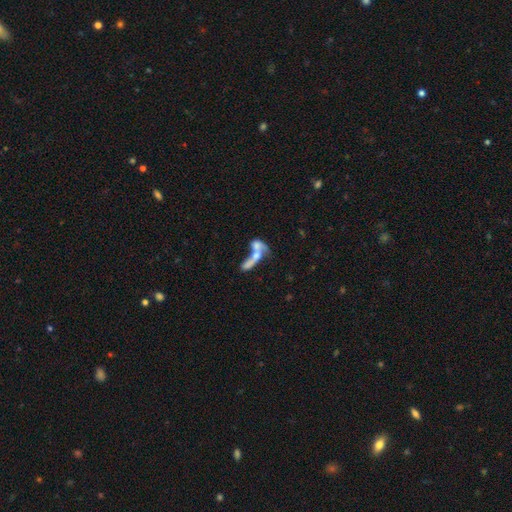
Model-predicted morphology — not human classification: Smooth or featured: smooth — 46% (featured or disk — 43%)
Merging: merger — 69% (major disturbance — 13%)